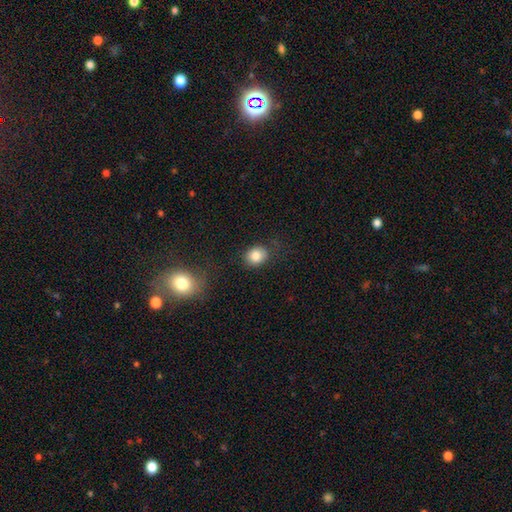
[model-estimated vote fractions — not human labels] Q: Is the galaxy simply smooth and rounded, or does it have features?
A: smooth — 82%.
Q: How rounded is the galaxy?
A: round — 62%.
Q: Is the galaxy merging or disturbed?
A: none — 79%.